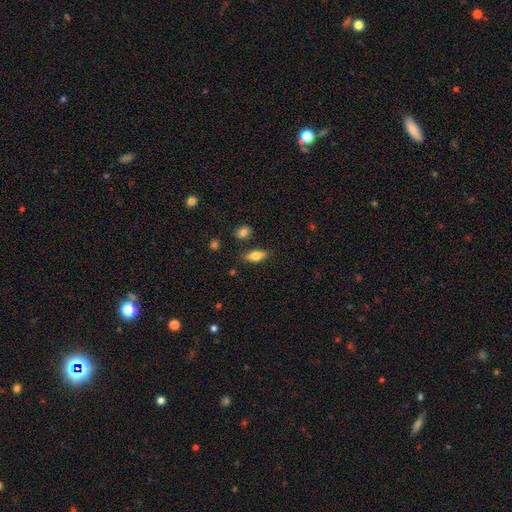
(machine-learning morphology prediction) The model was most divided on "smooth or featured": smooth: 77%, featured or disk: 15%, star or artifact: 7%. More confident: merging — none (80%); how rounded — in between (80%).